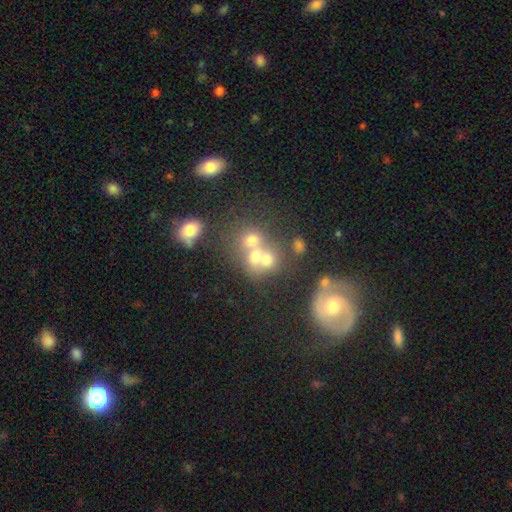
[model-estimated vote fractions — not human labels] Smooth or featured?
  - smooth: 59% *
  - featured or disk: 23%
  - star or artifact: 18%
How rounded?
  - round: 66% *
  - in between: 32%
  - cigar-shaped: 1%
Merging?
  - merger: 53% *
  - none: 32%
  - minor disturbance: 9%
  - major disturbance: 6%